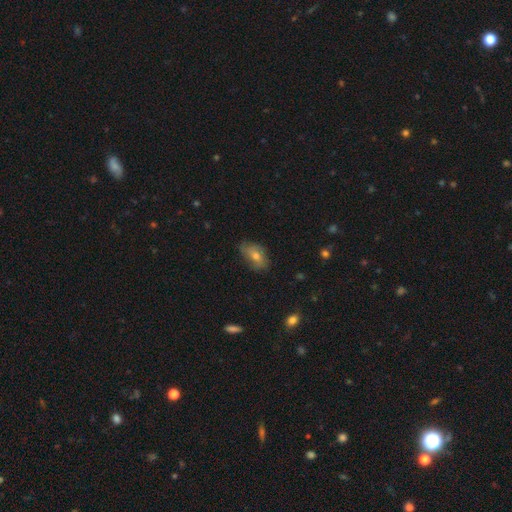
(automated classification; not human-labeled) This appears to be a smooth galaxy with no disk features (62%) that is in between round and cigar-shaped (86%). Merging: none (66%).